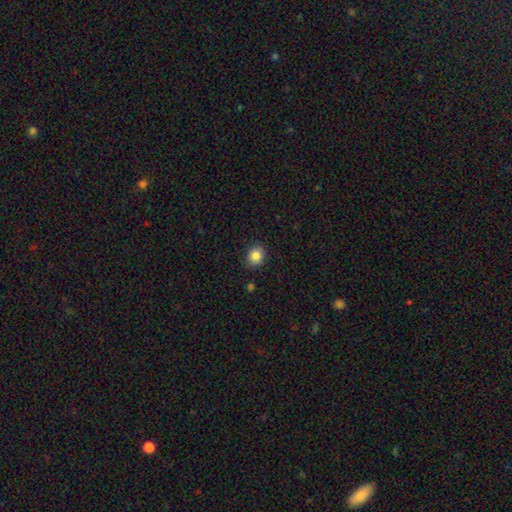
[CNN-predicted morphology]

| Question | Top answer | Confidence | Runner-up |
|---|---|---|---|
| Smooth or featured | smooth | 85% | star or artifact (10%) |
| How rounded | round | 66% | in between (34%) |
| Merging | none | 88% | minor disturbance (9%) |